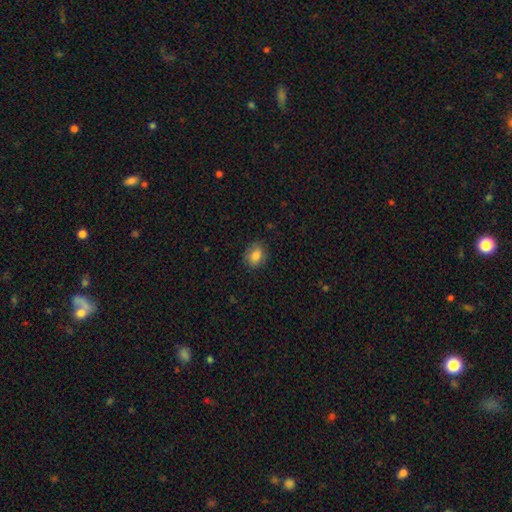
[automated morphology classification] Smooth or featured? smooth (83%)
How rounded? in between (55%)
Merging? none (82%)